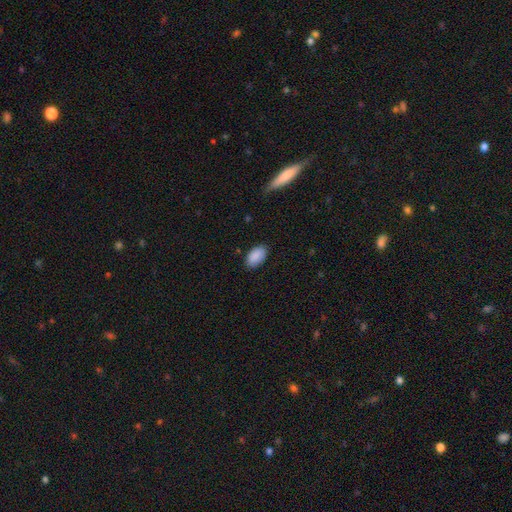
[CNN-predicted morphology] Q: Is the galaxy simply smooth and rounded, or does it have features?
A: smooth — 90%.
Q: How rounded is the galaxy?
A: in between — 95%.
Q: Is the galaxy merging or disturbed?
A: none — 85%.